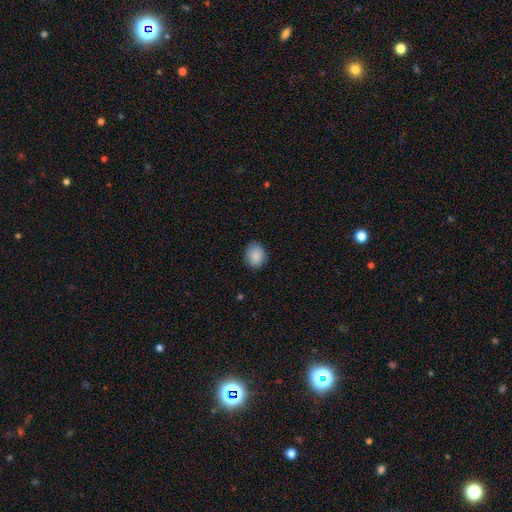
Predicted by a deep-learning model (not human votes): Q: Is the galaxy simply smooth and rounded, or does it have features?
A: smooth — 88%.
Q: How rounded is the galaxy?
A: round — 51%.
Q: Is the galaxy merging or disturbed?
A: none — 83%.